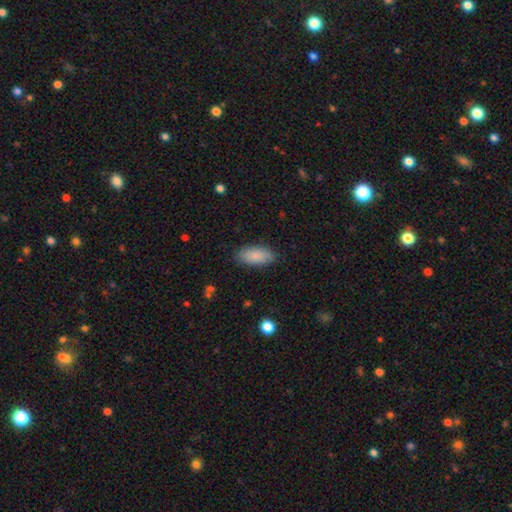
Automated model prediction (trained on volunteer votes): A smooth galaxy with no disk features (86%) that is in between round and cigar-shaped (88%).

Vote fractions:
- Smooth or featured? smooth: 86% / featured or disk: 8% / star or artifact: 6%
- How rounded? in between: 88% / cigar-shaped: 10% / round: 2%
- Merging? none: 85% / minor disturbance: 11% / major disturbance: 2% / merger: 1%